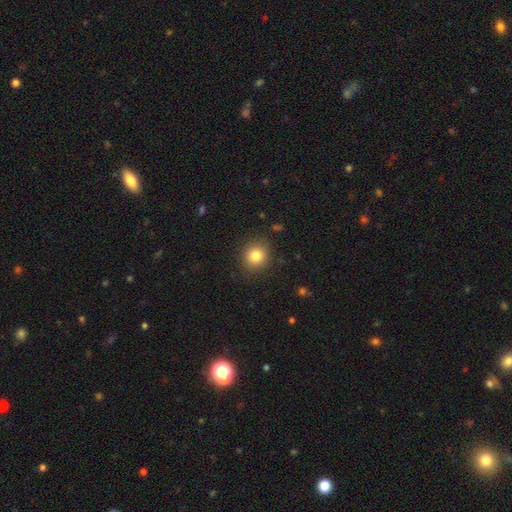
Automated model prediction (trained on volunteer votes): Smooth or featured?
  - smooth: 82% *
  - star or artifact: 11%
  - featured or disk: 7%
How rounded?
  - round: 83% *
  - in between: 16%
  - cigar-shaped: 1%
Merging?
  - none: 87% *
  - minor disturbance: 9%
  - major disturbance: 3%
  - merger: 1%